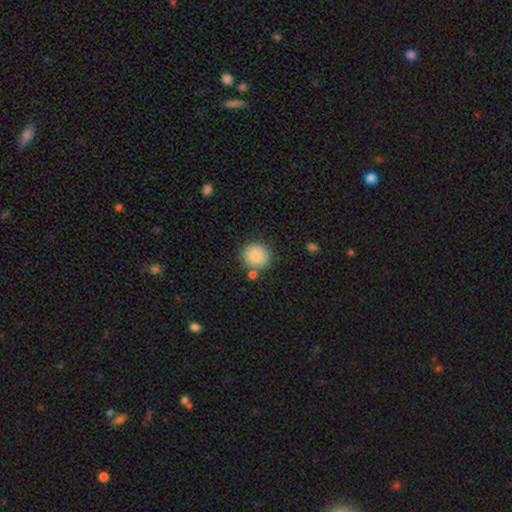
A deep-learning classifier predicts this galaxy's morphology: smooth 86%, star or artifact 8%, featured or disk 6%. Down the decision tree: how rounded — round (89%); merging — none (76%).